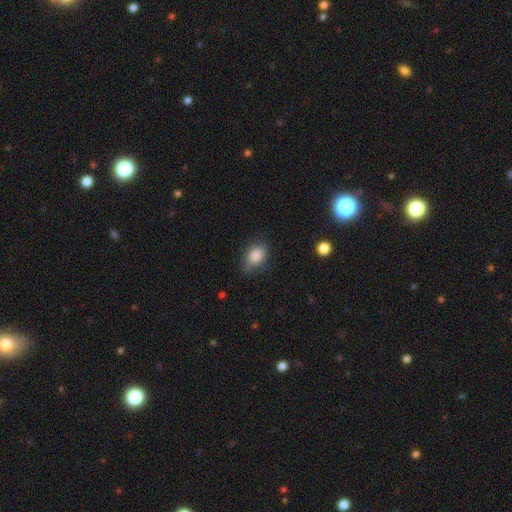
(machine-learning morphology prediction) The model was most divided on "merging": none: 65%, minor disturbance: 26%, major disturbance: 7%, merger: 2%. More confident: smooth or featured — smooth (86%); how rounded — in between (77%).